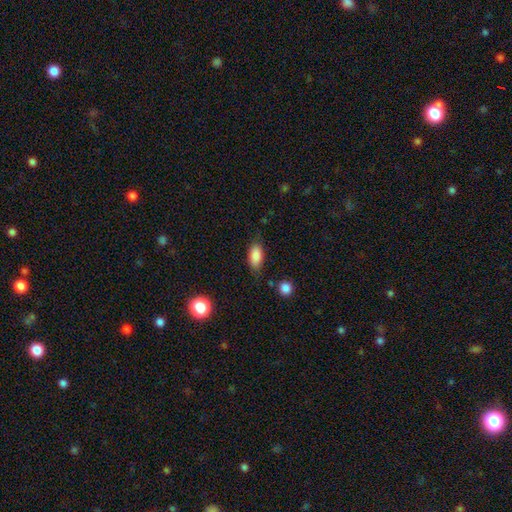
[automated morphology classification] This is clearly a smooth galaxy (86%). How rounded: clearly in between (89%). Merging: likely none (75%).